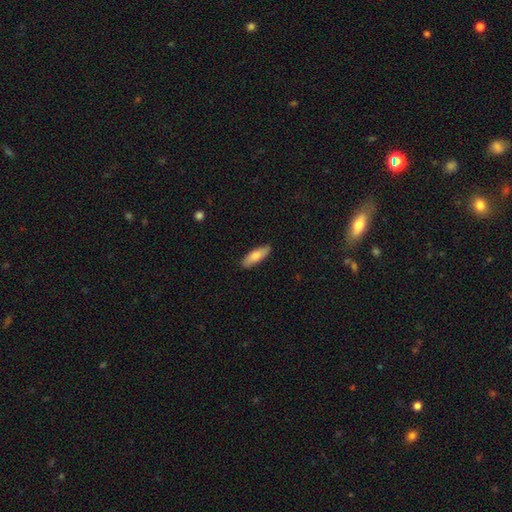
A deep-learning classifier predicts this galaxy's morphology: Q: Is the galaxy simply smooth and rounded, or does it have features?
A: smooth — 77%.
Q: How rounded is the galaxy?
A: in between — 58%.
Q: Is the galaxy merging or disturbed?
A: none — 87%.